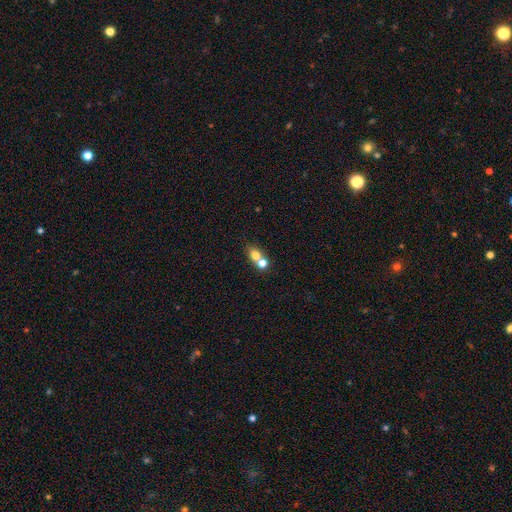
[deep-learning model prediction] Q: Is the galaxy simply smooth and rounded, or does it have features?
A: smooth — 73%.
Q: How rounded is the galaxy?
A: round — 54%.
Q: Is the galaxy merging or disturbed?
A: merger — 58%.